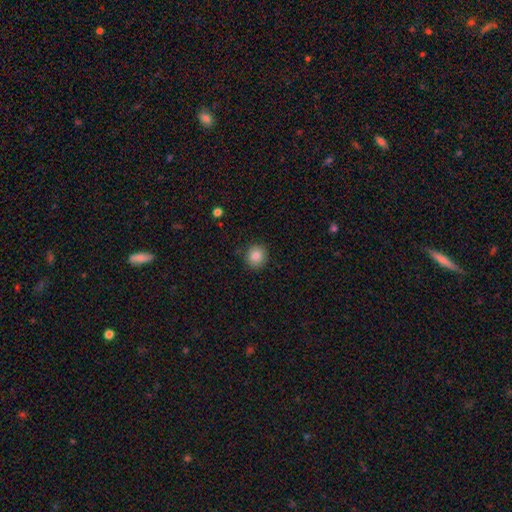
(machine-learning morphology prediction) smooth_or_featured: smooth (p=0.85) [alt: star or artifact p=0.09]
how_rounded: round (p=0.90) [alt: in between p=0.09]
merging: none (p=0.89) [alt: minor disturbance p=0.08]